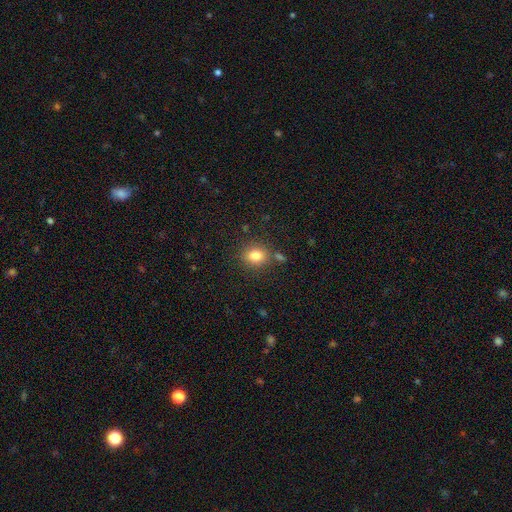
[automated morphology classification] Smooth or featured?
  - smooth: 82% *
  - star or artifact: 11%
  - featured or disk: 7%
How rounded?
  - round: 61% *
  - in between: 38%
  - cigar-shaped: 1%
Merging?
  - none: 79% *
  - minor disturbance: 11%
  - merger: 7%
  - major disturbance: 3%